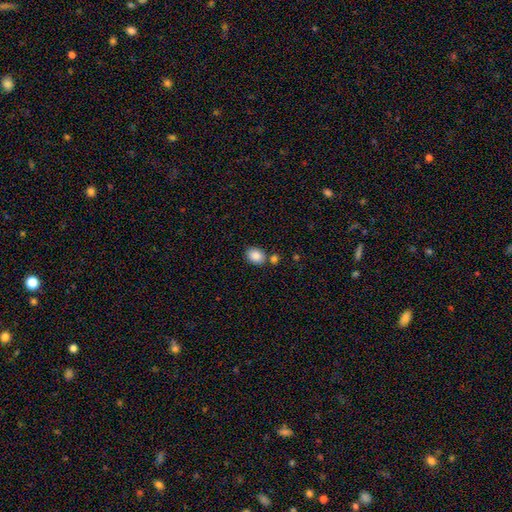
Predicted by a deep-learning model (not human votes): smooth 87%, star or artifact 8%, featured or disk 5%. Down the decision tree: how rounded — in between (61%); merging — none (74%).